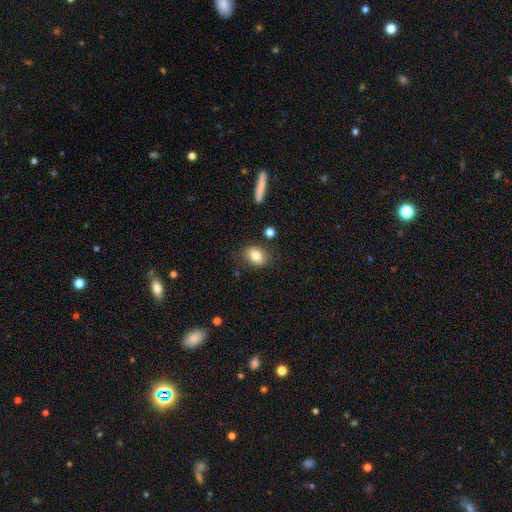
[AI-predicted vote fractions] This is clearly a smooth galaxy (81%). How rounded: likely in between (73%). Merging: likely none (79%).